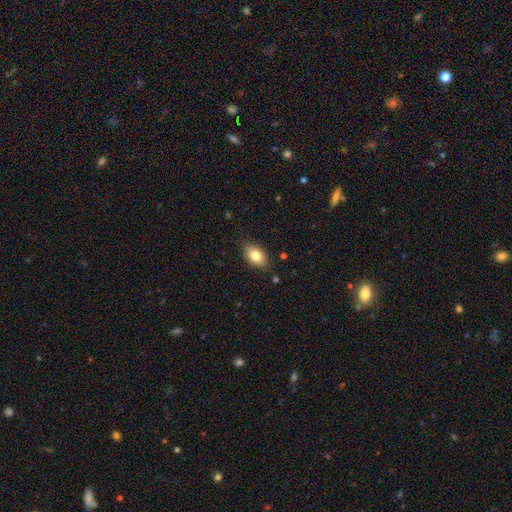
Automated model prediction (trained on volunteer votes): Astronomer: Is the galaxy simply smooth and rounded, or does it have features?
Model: smooth — 81%.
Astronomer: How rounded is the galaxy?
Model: in between — 90%.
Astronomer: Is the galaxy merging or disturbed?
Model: none — 84%.